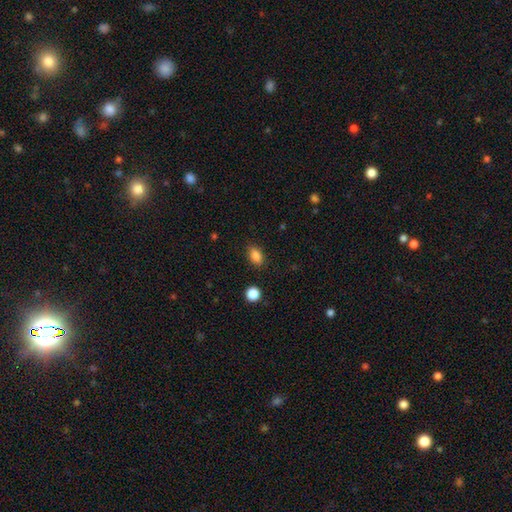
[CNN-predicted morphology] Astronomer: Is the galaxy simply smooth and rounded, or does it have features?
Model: smooth — 86%.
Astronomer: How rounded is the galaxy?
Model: in between — 79%.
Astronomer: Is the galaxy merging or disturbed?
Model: none — 86%.